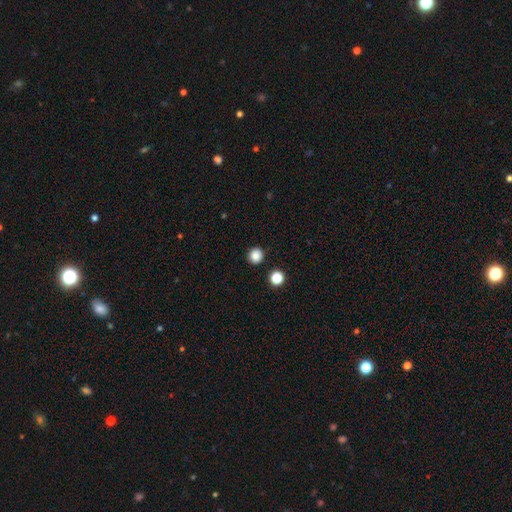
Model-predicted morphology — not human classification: Smooth or featured? Predicted: smooth (p=0.86). How rounded? Predicted: round (p=0.94). Merging? Predicted: none (p=0.91).